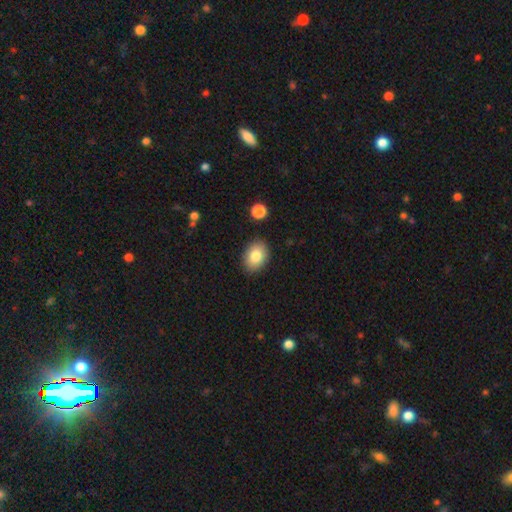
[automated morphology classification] This is clearly a smooth galaxy (83%). How rounded: likely in between (72%). Merging: clearly none (86%).